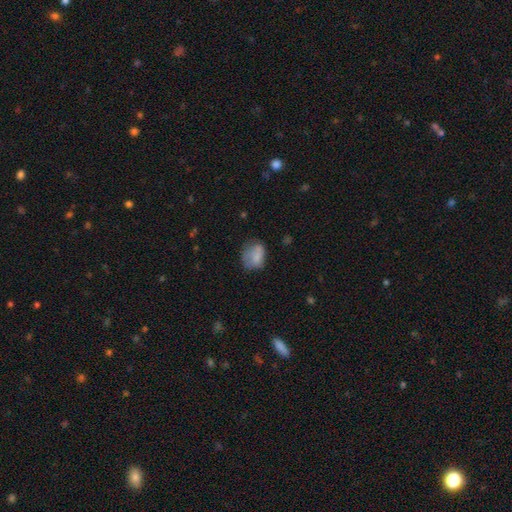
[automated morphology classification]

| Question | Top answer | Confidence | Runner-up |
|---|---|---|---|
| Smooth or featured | smooth | 73% | featured or disk (17%) |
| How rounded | in between | 57% | round (42%) |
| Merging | none | 50% | minor disturbance (30%) |